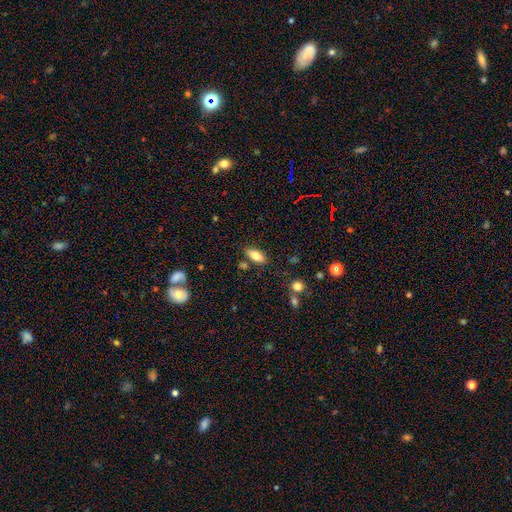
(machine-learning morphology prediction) smooth-or-featured: smooth: 75% | featured or disk: 17% | star or artifact: 8%
  how-rounded: in between: 81% | cigar-shaped: 16% | round: 3%
  merging: none: 81% | minor disturbance: 12% | merger: 5% | major disturbance: 3%